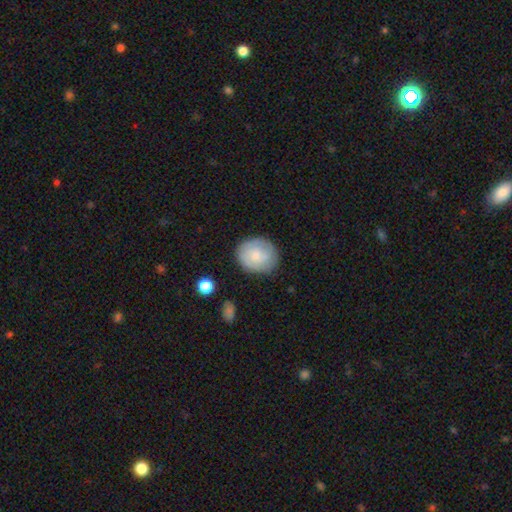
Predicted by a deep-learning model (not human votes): Smooth or featured?
  - smooth: 59% *
  - featured or disk: 35%
  - star or artifact: 7%
How rounded?
  - round: 73% *
  - in between: 27%
  - cigar-shaped: 1%
Merging?
  - none: 78% *
  - minor disturbance: 16%
  - major disturbance: 4%
  - merger: 2%